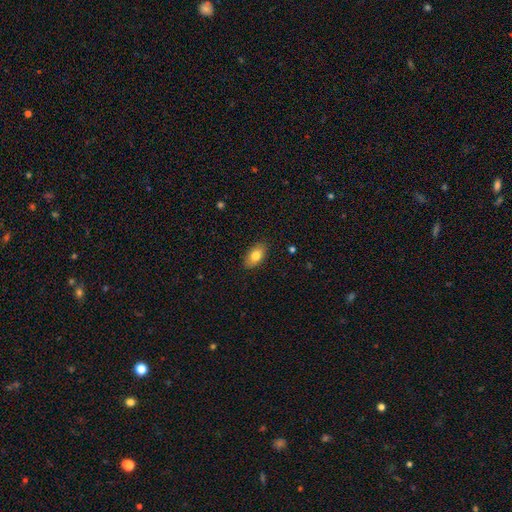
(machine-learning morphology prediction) Overall: smooth (81%). How rounded: in between (91%). Merging: none (87%).